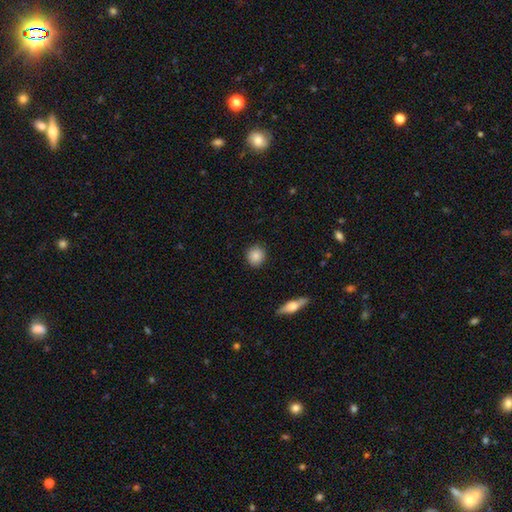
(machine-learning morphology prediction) The model was most divided on "smooth or featured": smooth: 85%, star or artifact: 8%, featured or disk: 7%. More confident: how rounded — round (90%); merging — none (89%).